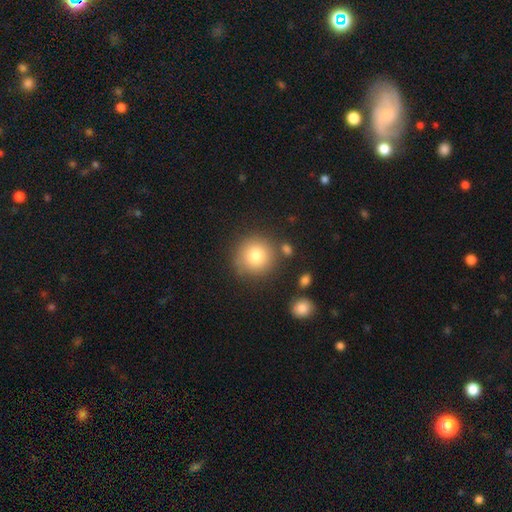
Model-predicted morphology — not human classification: A smooth galaxy with no disk features (80%) that is round (94%). Merging: none (81%).